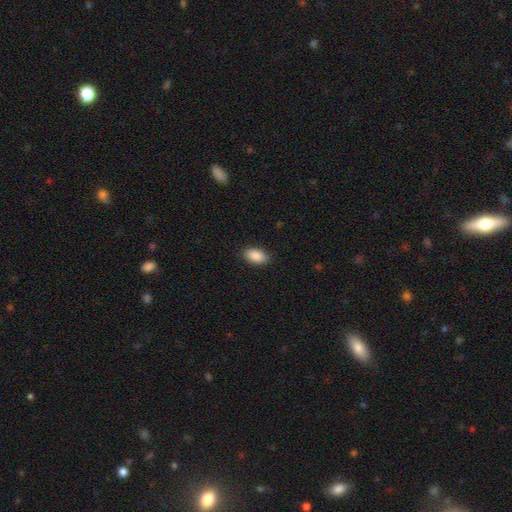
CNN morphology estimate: Smooth or featured: smooth — 90% (star or artifact — 7%)
How rounded: in between — 93% (round — 4%)
Merging: none — 88% (minor disturbance — 9%)